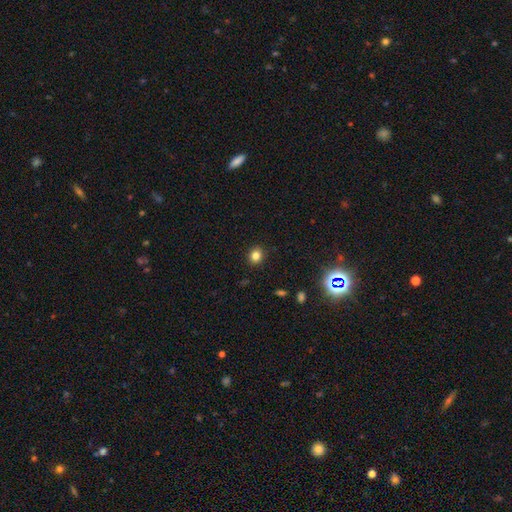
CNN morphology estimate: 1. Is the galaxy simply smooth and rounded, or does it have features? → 82% smooth, 13% star or artifact, 5% featured or disk.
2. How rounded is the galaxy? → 71% round, 28% in between, 1% cigar-shaped.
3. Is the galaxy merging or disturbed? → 90% none, 7% minor disturbance, 2% major disturbance, 1% merger.